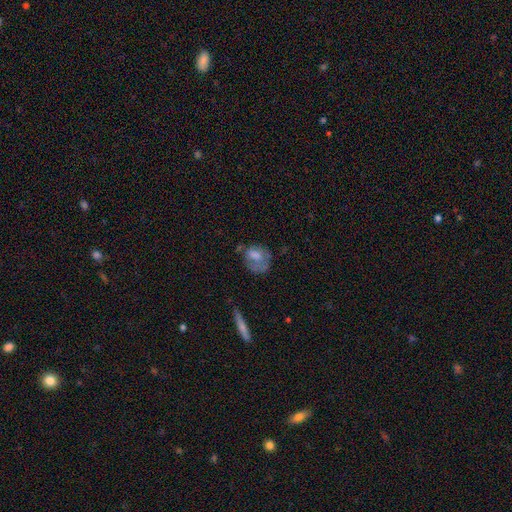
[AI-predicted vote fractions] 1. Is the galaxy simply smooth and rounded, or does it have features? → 61% smooth, 29% featured or disk, 10% star or artifact.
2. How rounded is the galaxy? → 51% round, 47% in between, 2% cigar-shaped.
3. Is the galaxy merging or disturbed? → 39% none, 29% major disturbance, 27% minor disturbance, 5% merger.